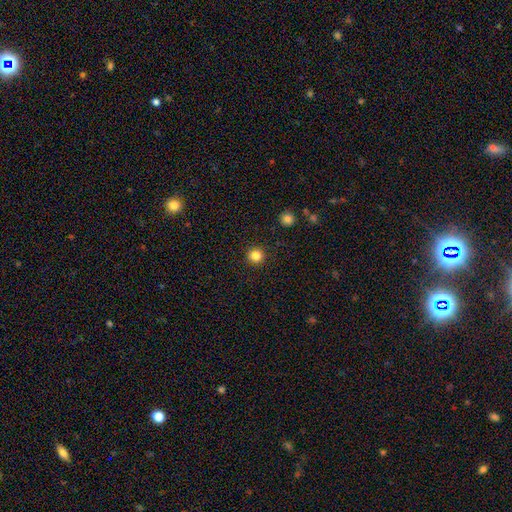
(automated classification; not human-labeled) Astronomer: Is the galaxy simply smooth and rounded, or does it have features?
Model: smooth — 84%.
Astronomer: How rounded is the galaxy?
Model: round — 95%.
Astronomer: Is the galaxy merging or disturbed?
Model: none — 92%.